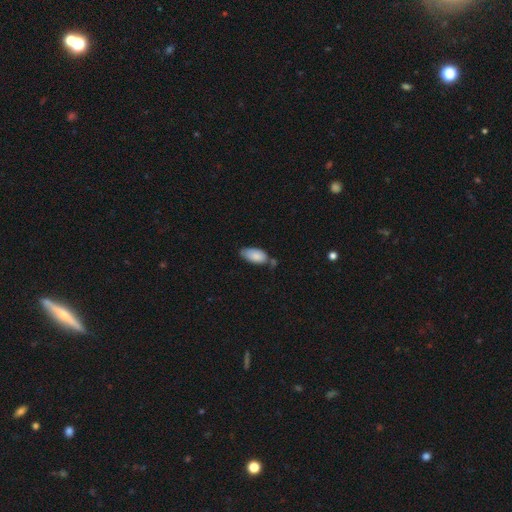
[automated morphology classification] smooth_or_featured: smooth (p=0.86) [alt: featured or disk p=0.08]
how_rounded: in between (p=0.92) [alt: cigar-shaped p=0.05]
merging: none (p=0.50) [alt: minor disturbance p=0.31]